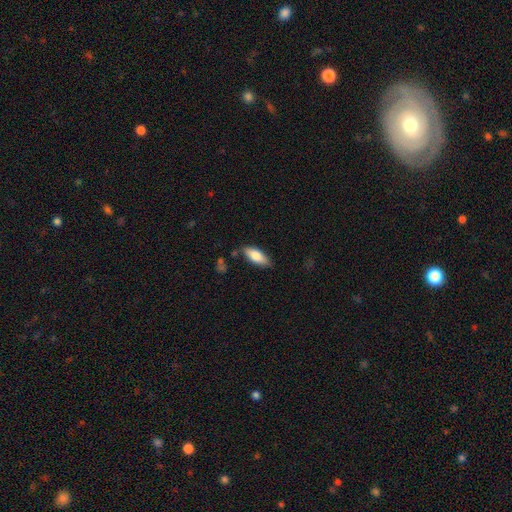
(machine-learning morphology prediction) This is likely a smooth galaxy (78%). How rounded: likely in between (75%). Merging: likely none (78%).